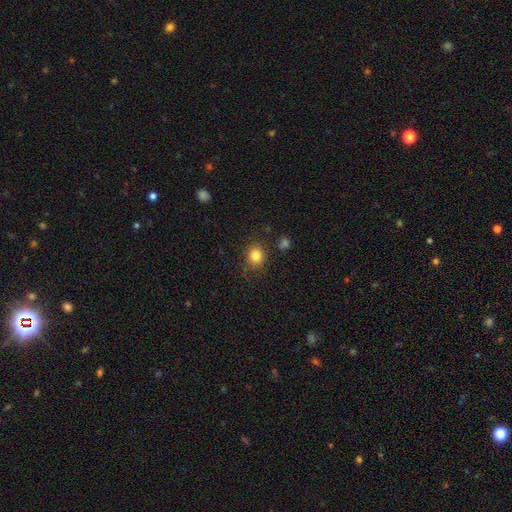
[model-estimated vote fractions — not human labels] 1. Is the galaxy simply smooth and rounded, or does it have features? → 82% smooth, 12% star or artifact, 6% featured or disk.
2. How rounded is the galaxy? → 77% round, 22% in between, 1% cigar-shaped.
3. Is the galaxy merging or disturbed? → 84% none, 10% minor disturbance, 3% major disturbance, 3% merger.